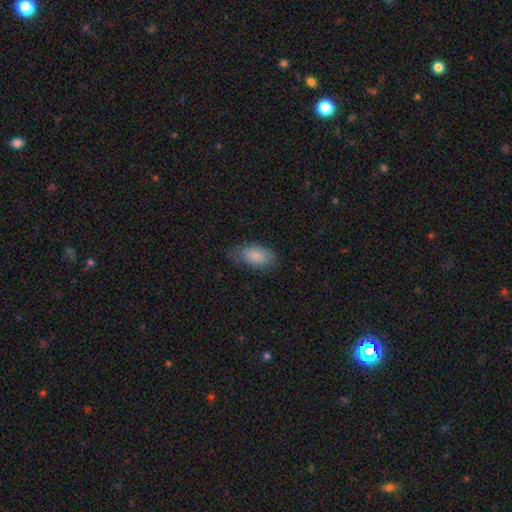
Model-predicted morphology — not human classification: A smooth galaxy with no disk features (85%) that is in between round and cigar-shaped (92%). Merging: none (68%).